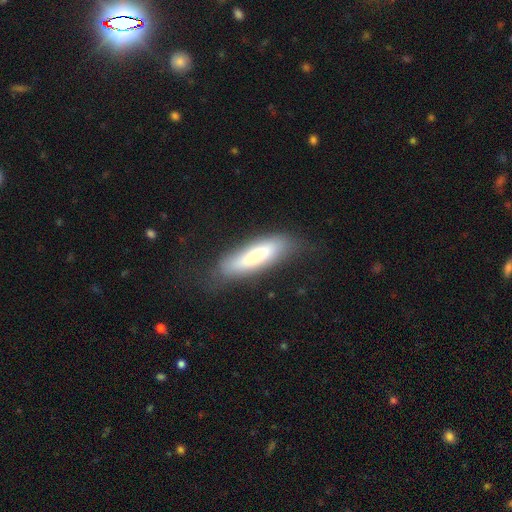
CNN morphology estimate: Smooth or featured? Predicted: smooth (p=0.61). How rounded? Predicted: cigar-shaped (p=0.63). Merging? Predicted: none (p=0.69).